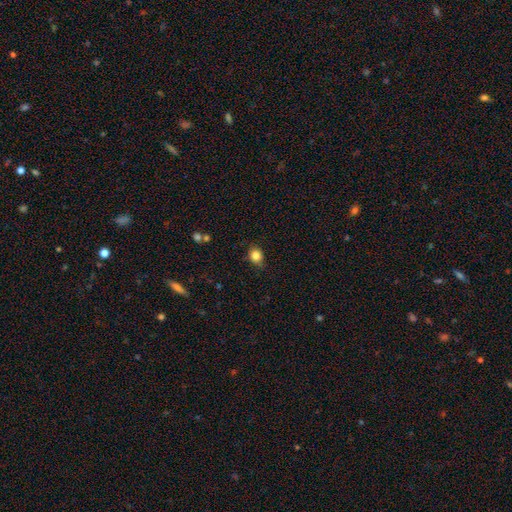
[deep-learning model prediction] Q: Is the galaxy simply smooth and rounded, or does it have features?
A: smooth — 84%.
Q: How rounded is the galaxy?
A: round — 66%.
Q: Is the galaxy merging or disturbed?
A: none — 79%.